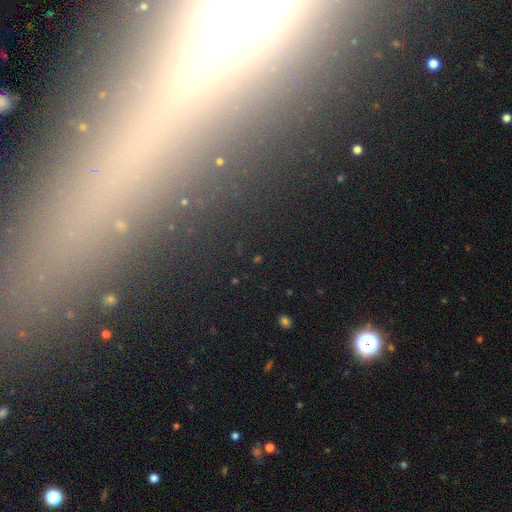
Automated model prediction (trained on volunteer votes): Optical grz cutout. It shows a star or artifact, not a galaxy (52%).